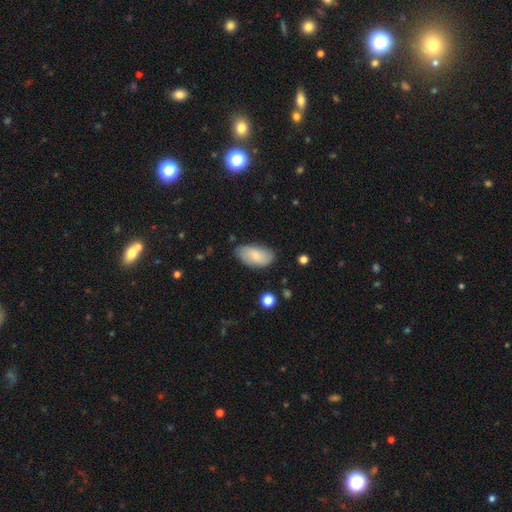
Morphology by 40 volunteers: This is likely a smooth galaxy (75%). How rounded: clearly in between (97%). Merging: likely none (70%).